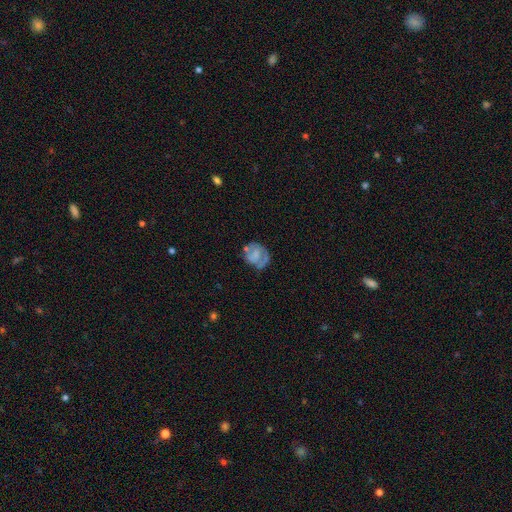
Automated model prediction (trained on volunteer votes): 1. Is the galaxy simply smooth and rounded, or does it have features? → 50% featured or disk, 42% smooth, 8% star or artifact.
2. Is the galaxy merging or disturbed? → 48% none, 27% minor disturbance, 19% major disturbance, 7% merger.